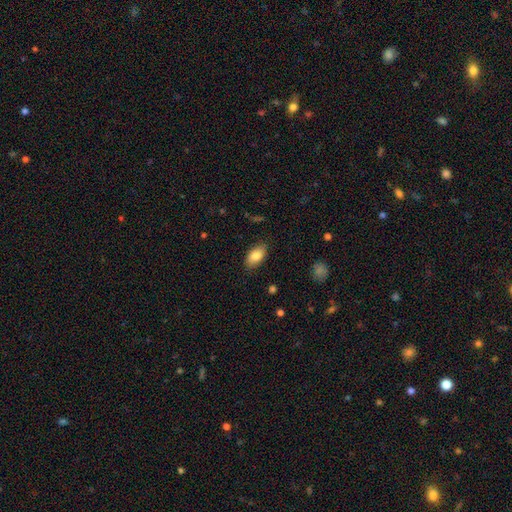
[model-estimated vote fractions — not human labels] The model was most divided on "merging": none: 85%, minor disturbance: 12%, major disturbance: 3%, merger: 1%. More confident: how rounded — in between (93%); smooth or featured — smooth (83%).